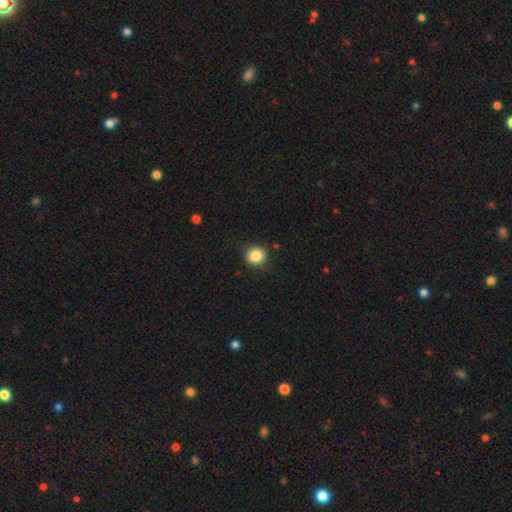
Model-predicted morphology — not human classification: A smooth galaxy with no disk features (86%) that is round (83%).

Vote fractions:
- Smooth or featured? smooth: 86% / star or artifact: 10% / featured or disk: 5%
- How rounded? round: 83% / in between: 16% / cigar-shaped: 1%
- Merging? none: 85% / minor disturbance: 11% / major disturbance: 3% / merger: 1%